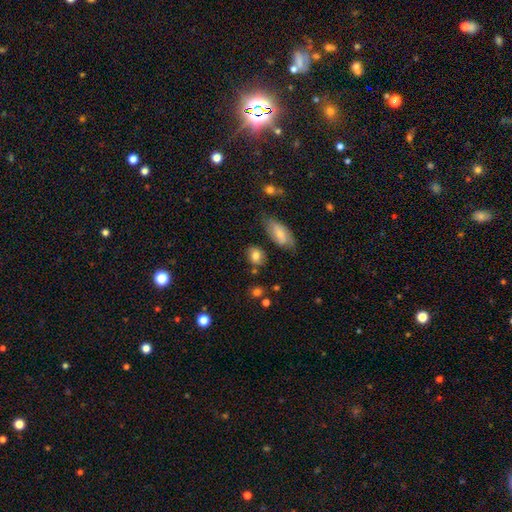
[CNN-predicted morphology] type=smooth (79%); roundness=in between (56%); merging=none (72%).